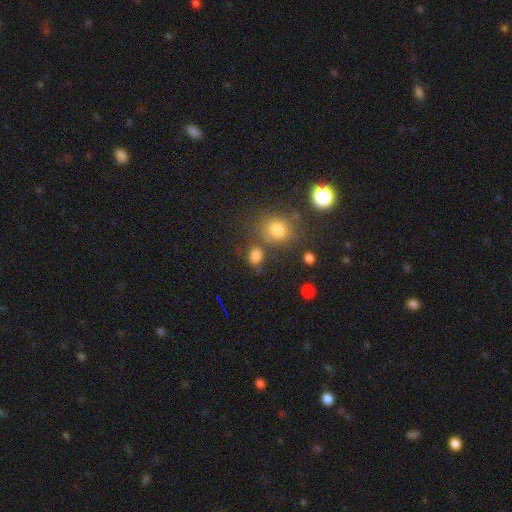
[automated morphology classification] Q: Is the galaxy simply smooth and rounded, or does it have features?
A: smooth — 77%.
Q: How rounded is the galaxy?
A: round — 50%.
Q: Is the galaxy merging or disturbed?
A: none — 62%.